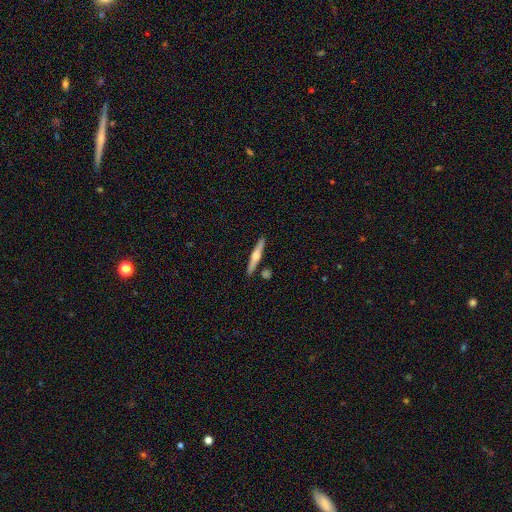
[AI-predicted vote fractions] A featured or disk galaxy (65%) viewed edge-on (98%) with a rounded central bulge (89%).

Vote fractions:
- Smooth or featured? featured or disk: 65% / smooth: 30% / star or artifact: 6%
- Edge-on disk? yes: 98% / no: 2%
- Edge-on bulge? rounded: 89% / boxy: 6% / none: 5%
- Merging? none: 87% / minor disturbance: 7% / merger: 4% / major disturbance: 2%